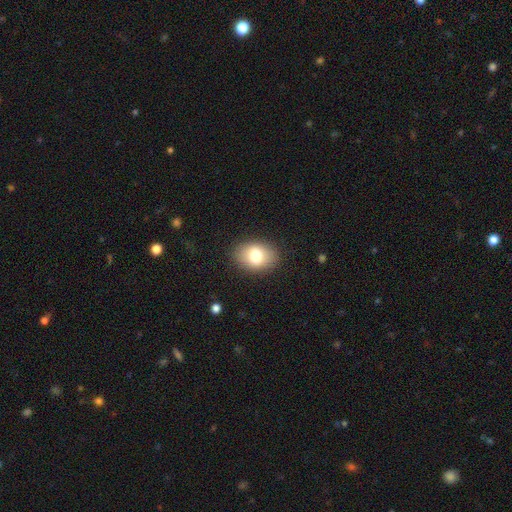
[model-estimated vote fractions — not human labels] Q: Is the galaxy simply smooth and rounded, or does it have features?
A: smooth — 78%.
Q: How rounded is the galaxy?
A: in between — 74%.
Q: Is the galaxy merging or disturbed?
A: none — 88%.